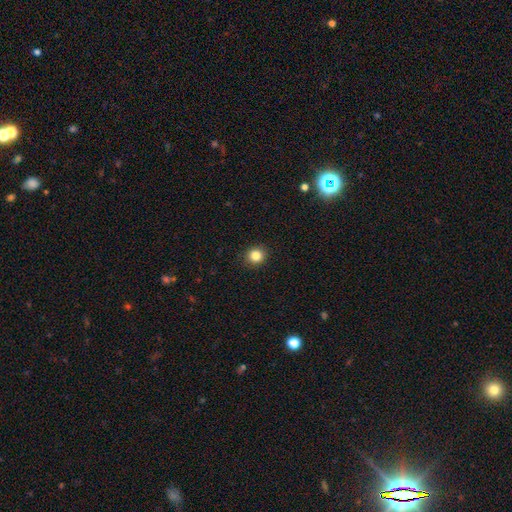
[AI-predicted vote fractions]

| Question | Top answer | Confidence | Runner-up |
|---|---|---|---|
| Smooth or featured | smooth | 84% | star or artifact (11%) |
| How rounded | round | 87% | in between (12%) |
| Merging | none | 92% | minor disturbance (5%) |